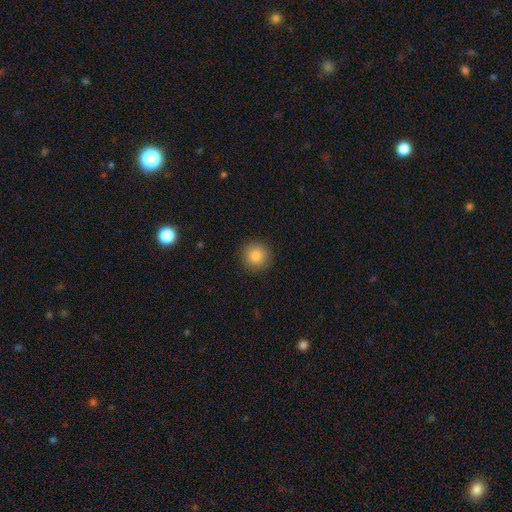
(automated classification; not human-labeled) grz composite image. It shows a smooth galaxy with no disk features (85%) that is round (95%). Merging: none (91%).